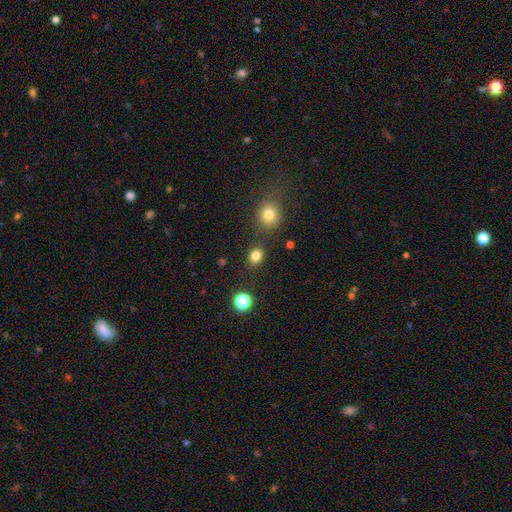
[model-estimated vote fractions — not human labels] smooth-or-featured: smooth: 82% | star or artifact: 13% | featured or disk: 5%
  how-rounded: round: 56% | in between: 43% | cigar-shaped: 1%
  merging: none: 83% | minor disturbance: 9% | merger: 5% | major disturbance: 3%